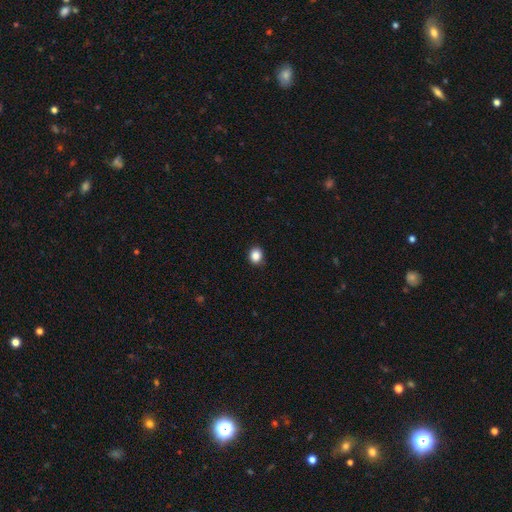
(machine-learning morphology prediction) This appears to be a smooth galaxy with no disk features (87%) that is round (69%). Merging: none (90%).